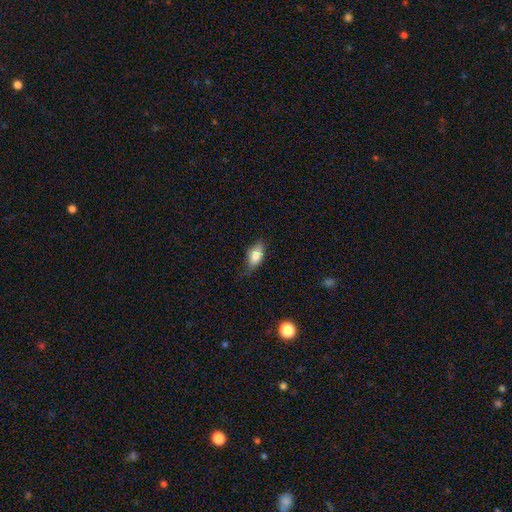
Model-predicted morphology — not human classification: Smooth or featured: smooth — 81% (featured or disk — 12%)
How rounded: in between — 88% (cigar-shaped — 7%)
Merging: none — 62% (minor disturbance — 30%)